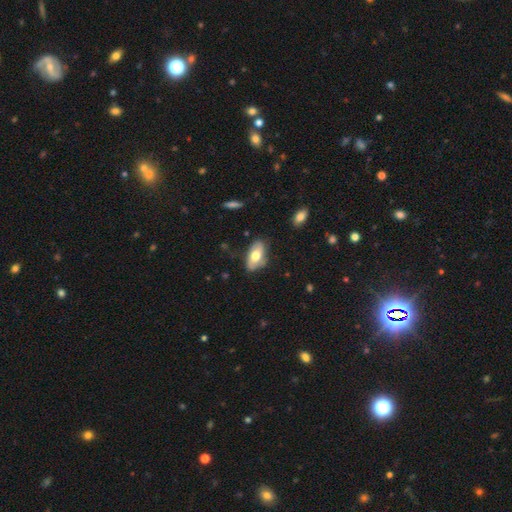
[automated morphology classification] smooth_or_featured: smooth (p=0.60) [alt: featured or disk p=0.33]
how_rounded: in between (p=0.92) [alt: round p=0.04]
merging: none (p=0.70) [alt: minor disturbance p=0.23]